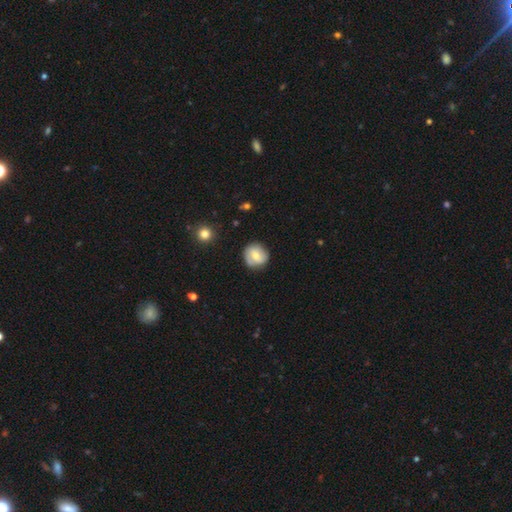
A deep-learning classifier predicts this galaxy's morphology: type=smooth (58%); roundness=round (89%); merging=none (79%).